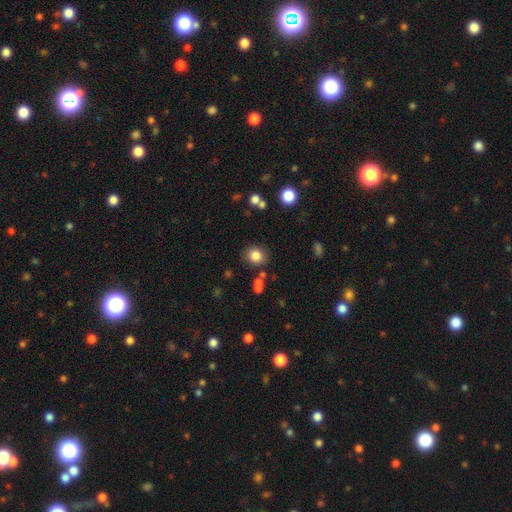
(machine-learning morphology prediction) Smooth or featured? Predicted: smooth (p=0.83). How rounded? Predicted: round (p=0.75). Merging? Predicted: none (p=0.82).